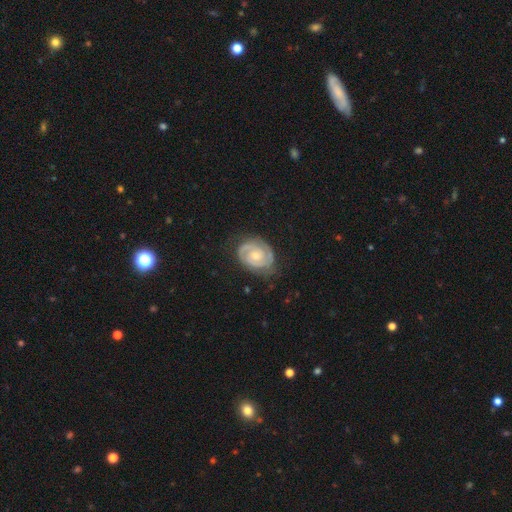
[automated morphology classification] Smooth or featured: featured or disk — 88% (smooth — 8%)
Edge-on disk: no — 98% (yes — 2%)
Bar: no — 70% (weak — 25%)
Spiral arms: yes — 97% (no — 3%)
Spiral winding: tight — 67% (medium — 27%)
Spiral arm count: 2 — 82% (can't tell — 7%)
Bulge size: small — 49% (moderate — 47%)
Merging: none — 77% (minor disturbance — 17%)